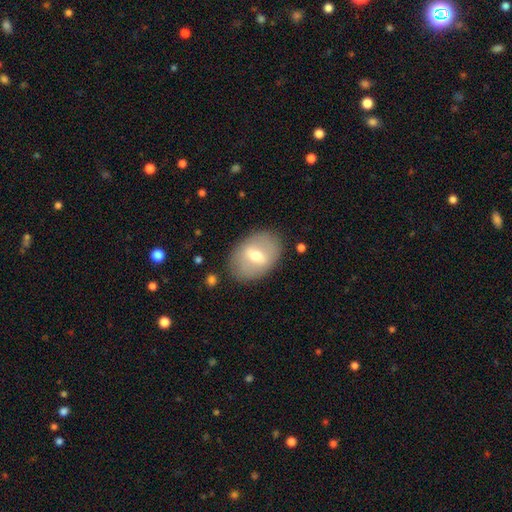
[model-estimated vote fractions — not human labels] Morphology: type=smooth (48%); merging=none (83%).